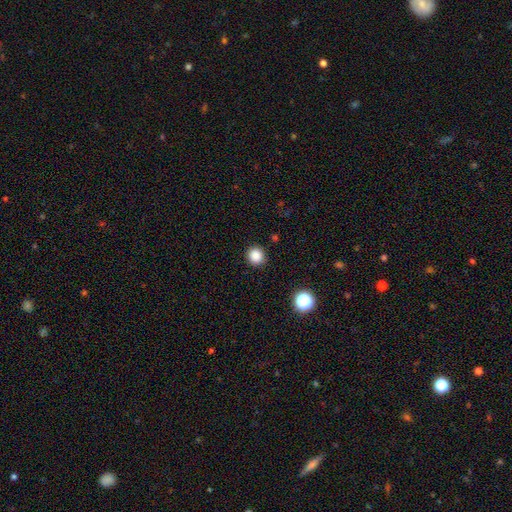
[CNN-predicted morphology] Smooth or featured?
  - smooth: 85% *
  - star or artifact: 12%
  - featured or disk: 3%
How rounded?
  - round: 93% *
  - in between: 6%
  - cigar-shaped: 1%
Merging?
  - none: 91% *
  - minor disturbance: 6%
  - major disturbance: 2%
  - merger: 1%